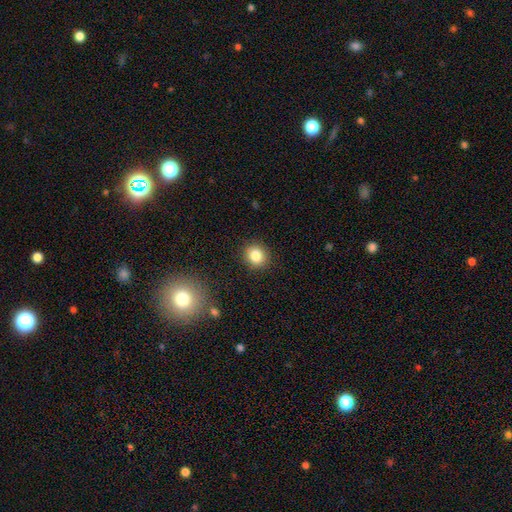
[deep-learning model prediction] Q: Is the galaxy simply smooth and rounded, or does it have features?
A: smooth — 84%.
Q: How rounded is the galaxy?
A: round — 79%.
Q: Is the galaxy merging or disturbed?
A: none — 90%.